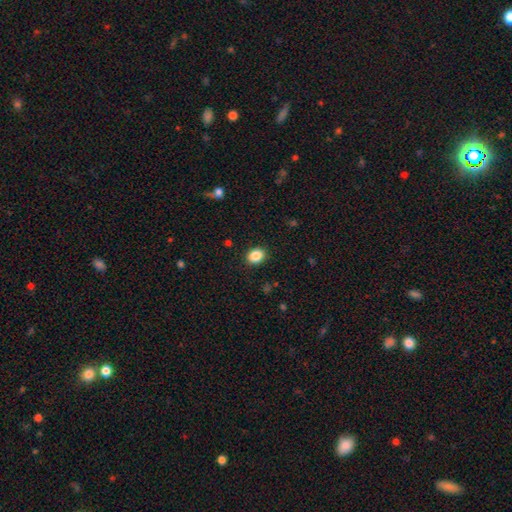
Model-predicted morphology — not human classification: Overall: smooth (87%). How rounded: in between (51%; round 48%). Merging: none (90%).